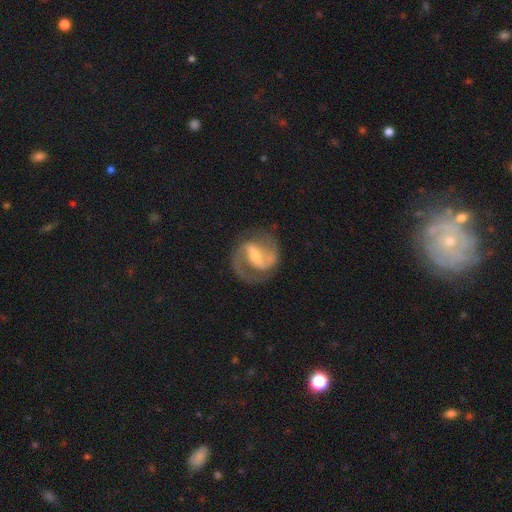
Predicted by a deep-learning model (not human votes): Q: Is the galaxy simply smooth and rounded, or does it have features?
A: featured or disk — 90%.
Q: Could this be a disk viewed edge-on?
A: no — 98%.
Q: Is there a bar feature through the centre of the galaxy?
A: strong — 55%.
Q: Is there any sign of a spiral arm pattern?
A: yes — 97%.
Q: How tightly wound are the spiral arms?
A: medium — 58%.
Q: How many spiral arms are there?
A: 2 — 92%.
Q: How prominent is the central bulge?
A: moderate — 48%.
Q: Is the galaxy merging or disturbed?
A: none — 80%.